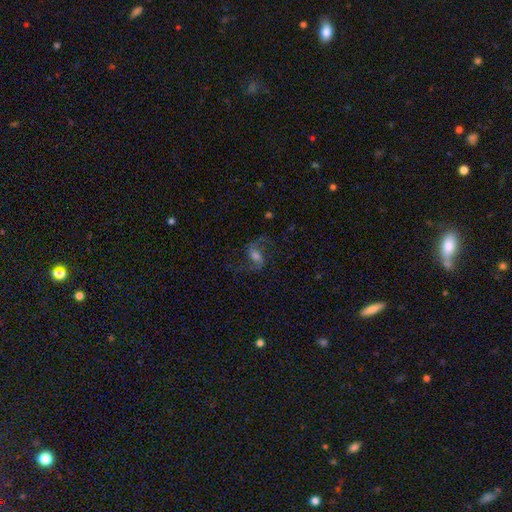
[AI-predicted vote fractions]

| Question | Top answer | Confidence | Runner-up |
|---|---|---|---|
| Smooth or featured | featured or disk | 79% | smooth (12%) |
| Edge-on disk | no | 96% | yes (4%) |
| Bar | weak | 49% | no (27%) |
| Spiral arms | yes | 95% | no (5%) |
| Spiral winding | loose | 67% | medium (28%) |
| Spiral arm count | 2 | 92% | can't tell (2%) |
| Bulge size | moderate | 49% | small (29%) |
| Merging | none | 73% | minor disturbance (13%) |